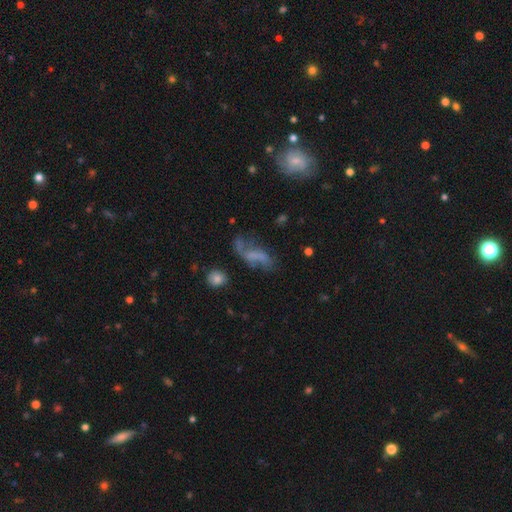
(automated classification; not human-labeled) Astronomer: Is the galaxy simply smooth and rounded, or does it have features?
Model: featured or disk — 53% (runner-up: smooth, 33%).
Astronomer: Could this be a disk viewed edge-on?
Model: no — 92%.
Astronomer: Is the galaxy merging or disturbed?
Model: none — 40% (runner-up: major disturbance, 29%).